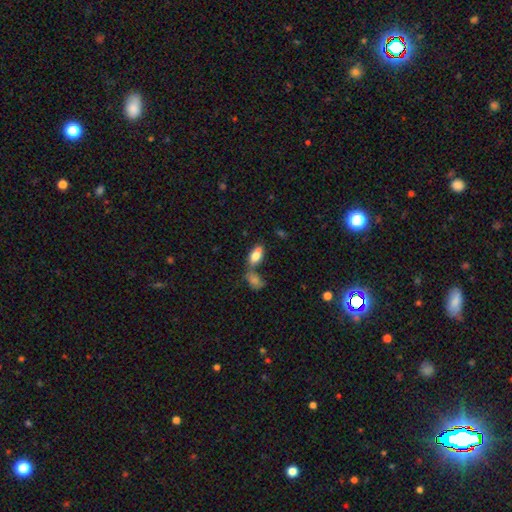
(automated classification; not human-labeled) Overall: smooth (77%). How rounded: in between (87%). Merging: none (41%; merger 39%).